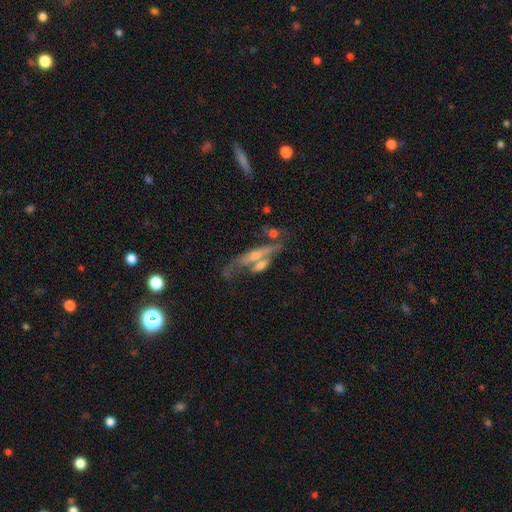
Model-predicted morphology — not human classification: The model was most divided on "merging": none: 37%, merger: 36%, minor disturbance: 15%, major disturbance: 12%. More confident: edge-on disk — yes (69%); smooth or featured — featured or disk (64%).